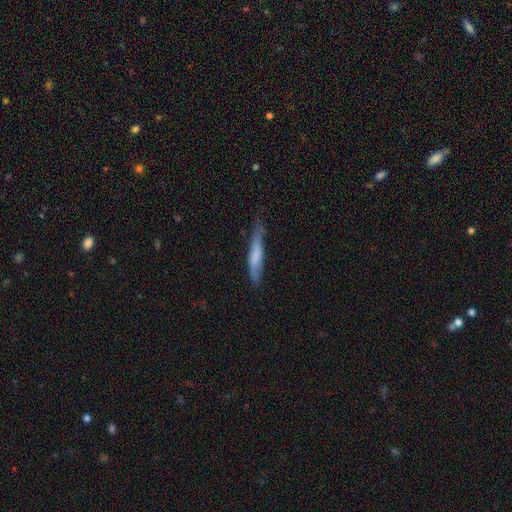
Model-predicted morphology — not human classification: This is likely a smooth galaxy (63%). How rounded: clearly cigar-shaped (91%). Merging: likely none (69%).